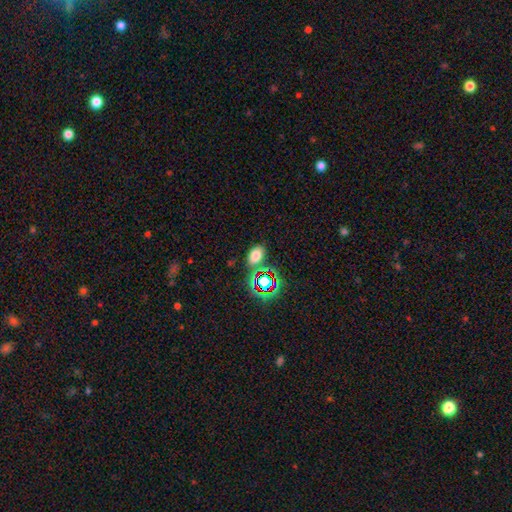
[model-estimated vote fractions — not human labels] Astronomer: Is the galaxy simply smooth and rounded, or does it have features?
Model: smooth — 69%.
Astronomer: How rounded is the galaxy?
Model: in between — 86%.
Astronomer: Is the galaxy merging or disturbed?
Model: none — 71%.